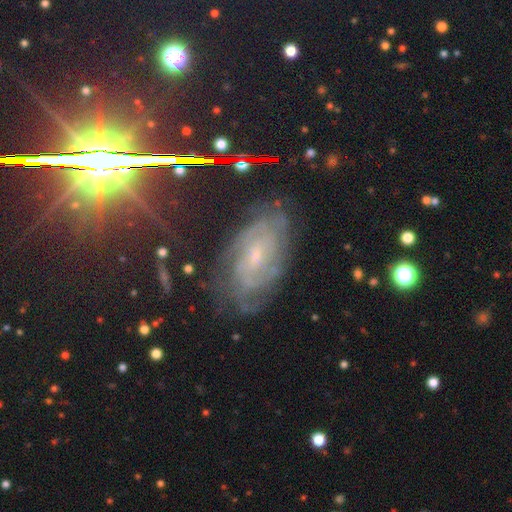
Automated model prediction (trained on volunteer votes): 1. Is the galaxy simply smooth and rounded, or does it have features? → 71% featured or disk, 16% star or artifact, 13% smooth.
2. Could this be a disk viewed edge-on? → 92% no, 8% yes.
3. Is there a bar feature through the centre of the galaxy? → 48% no, 40% weak, 12% strong.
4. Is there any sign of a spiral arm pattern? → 91% yes, 9% no.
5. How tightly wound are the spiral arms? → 68% tight, 24% medium, 7% loose.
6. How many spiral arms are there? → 54% can't tell, 18% 2, 10% 3, 8% 4, 6% more than 4, 5% 1.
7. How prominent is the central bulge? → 70% small, 23% moderate, 5% none, 2% large, 1% dominant.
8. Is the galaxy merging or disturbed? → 75% none, 17% minor disturbance, 6% major disturbance, 1% merger.